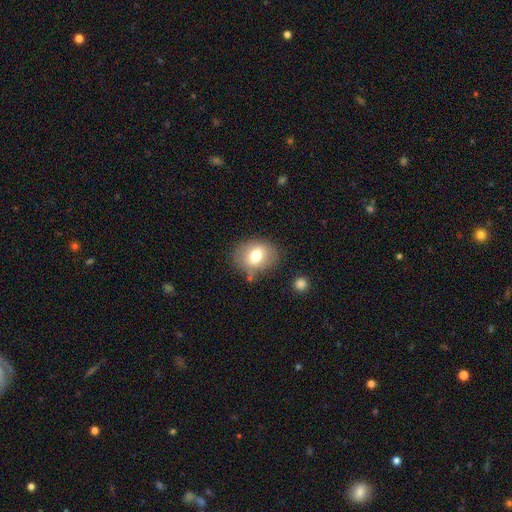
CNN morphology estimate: This appears to be a smooth galaxy with no disk features (70%) that is in between round and cigar-shaped (57%). Merging: none (75%).